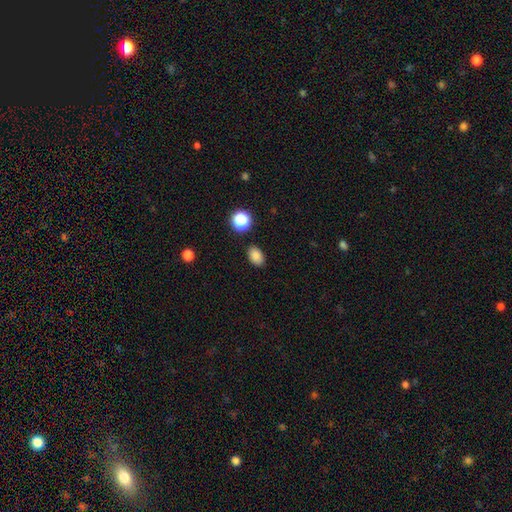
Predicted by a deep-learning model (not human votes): A smooth galaxy with no disk features (84%) that is in between round and cigar-shaped (81%).

Vote fractions:
- Smooth or featured? smooth: 84% / star or artifact: 11% / featured or disk: 4%
- How rounded? in between: 81% / round: 18% / cigar-shaped: 1%
- Merging? none: 87% / minor disturbance: 9% / major disturbance: 2% / merger: 2%